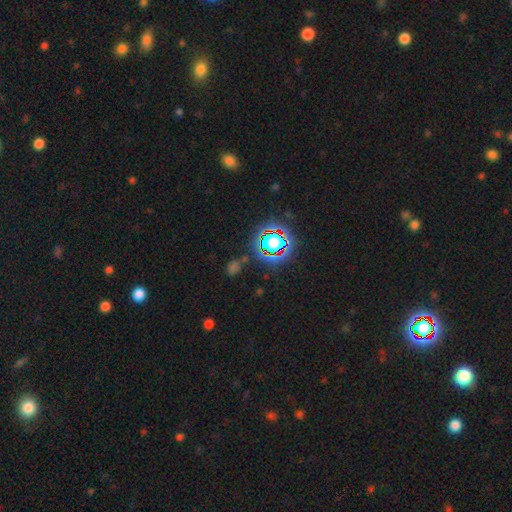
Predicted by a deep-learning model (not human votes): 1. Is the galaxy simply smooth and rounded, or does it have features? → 80% star or artifact, 12% smooth, 8% featured or disk.